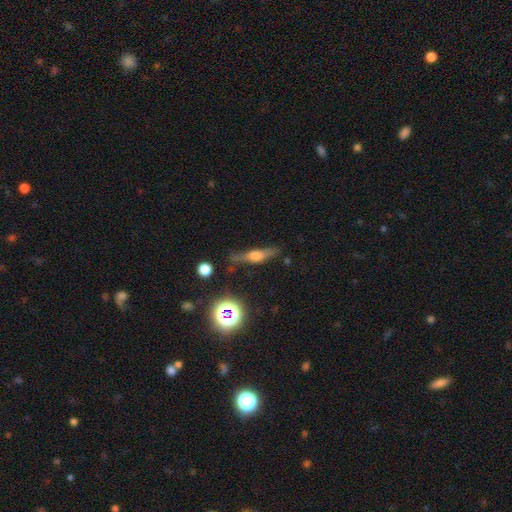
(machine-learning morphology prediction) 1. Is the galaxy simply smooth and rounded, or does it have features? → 51% featured or disk, 36% smooth, 12% star or artifact.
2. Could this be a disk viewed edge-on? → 90% yes, 10% no.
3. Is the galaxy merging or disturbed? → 72% none, 18% minor disturbance, 6% major disturbance, 4% merger.